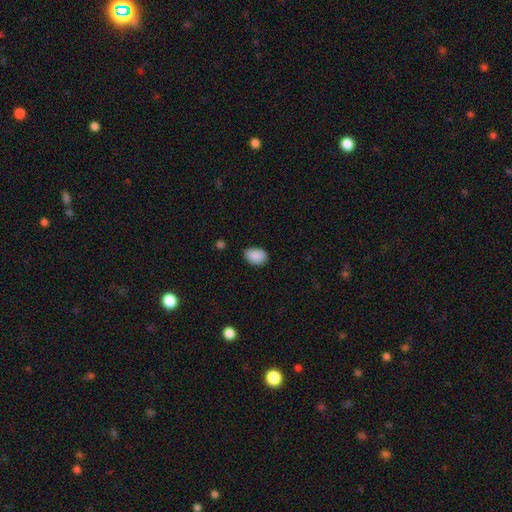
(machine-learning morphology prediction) Smooth or featured: smooth — 89% (star or artifact — 7%)
How rounded: in between — 83% (round — 16%)
Merging: none — 76% (minor disturbance — 19%)